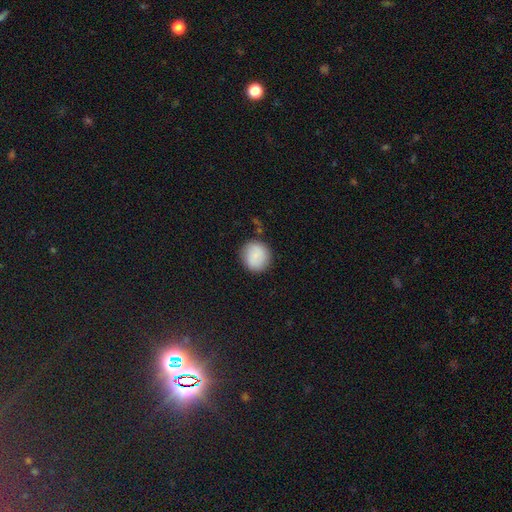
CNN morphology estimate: This is clearly a smooth galaxy (84%). How rounded: clearly round (90%). Merging: clearly none (85%).